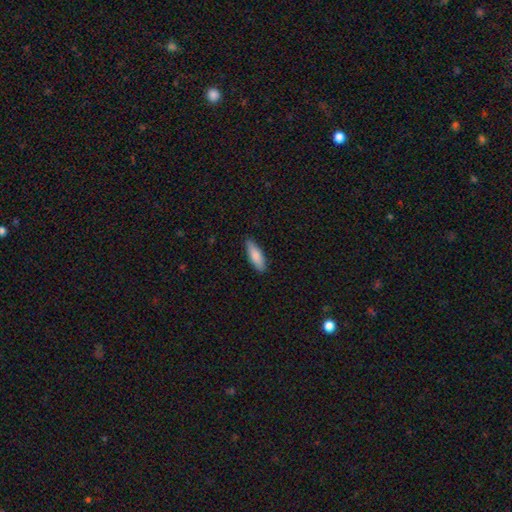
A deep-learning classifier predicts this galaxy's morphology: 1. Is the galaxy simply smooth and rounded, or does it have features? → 84% smooth, 10% featured or disk, 5% star or artifact.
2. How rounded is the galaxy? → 57% in between, 42% cigar-shaped, 2% round.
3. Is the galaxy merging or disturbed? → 86% none, 11% minor disturbance, 2% major disturbance, 1% merger.